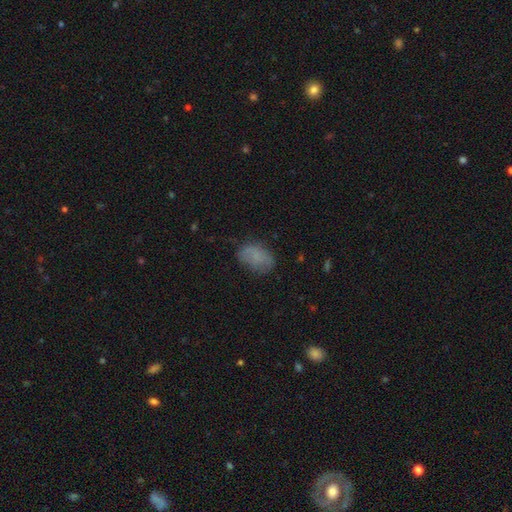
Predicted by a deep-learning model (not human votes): Smooth or featured? smooth (73%)
How rounded? in between (88%)
Merging? none (63%)